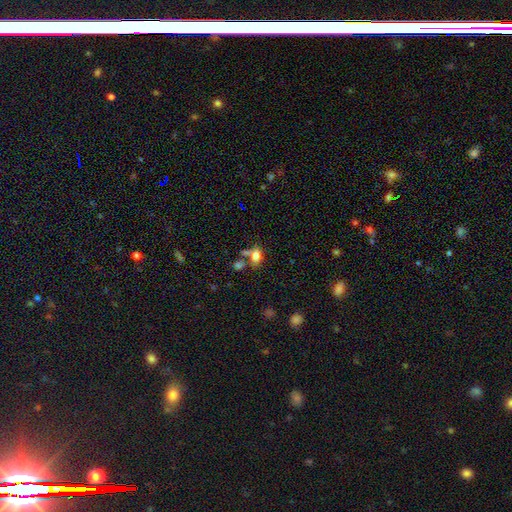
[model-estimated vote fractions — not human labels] Smooth or featured? Predicted: smooth (p=0.75). How rounded? Predicted: in between (p=0.78). Merging? Predicted: none (p=0.49).